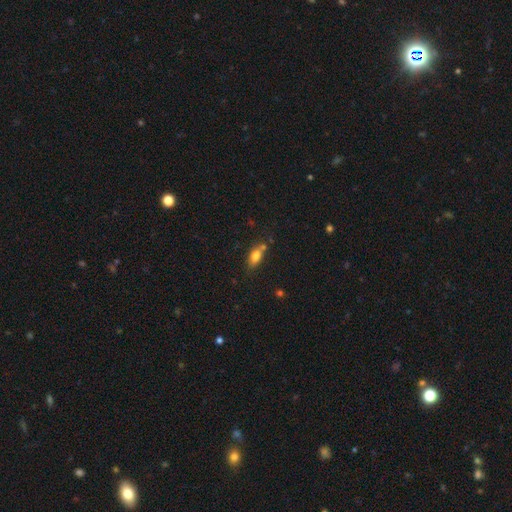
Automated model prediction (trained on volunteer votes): Overall: smooth (77%). How rounded: in between (82%). Merging: none (57%; minor disturbance 20%).